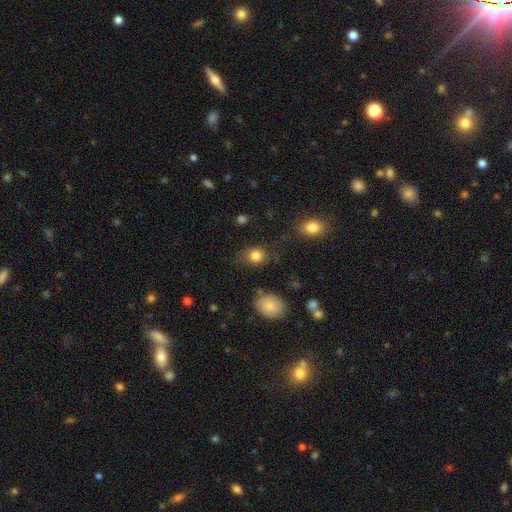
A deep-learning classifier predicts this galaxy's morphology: Smooth or featured?
  - smooth: 83% *
  - star or artifact: 11%
  - featured or disk: 6%
How rounded?
  - round: 68% *
  - in between: 30%
  - cigar-shaped: 1%
Merging?
  - none: 76% *
  - minor disturbance: 16%
  - major disturbance: 6%
  - merger: 3%